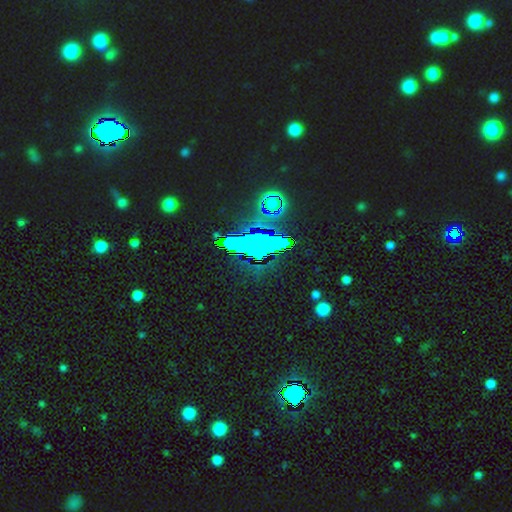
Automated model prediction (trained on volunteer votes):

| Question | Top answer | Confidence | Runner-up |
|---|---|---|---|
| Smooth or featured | star or artifact | 68% | smooth (20%) |